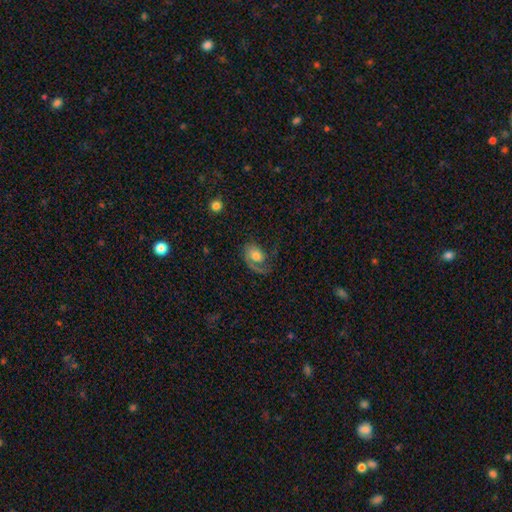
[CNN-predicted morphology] This appears to be a featured or disk galaxy (63%) with no bar (74%), 1 (80%) medium (38%) spiral arms (89%) and a moderate central bulge (51%). Merging: none (49%).